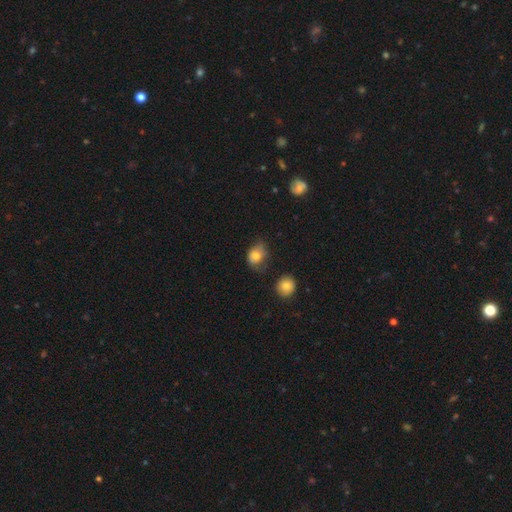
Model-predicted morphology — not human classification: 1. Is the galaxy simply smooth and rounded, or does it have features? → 77% smooth, 13% featured or disk, 10% star or artifact.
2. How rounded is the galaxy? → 60% in between, 39% round, 1% cigar-shaped.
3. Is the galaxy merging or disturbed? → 45% none, 37% minor disturbance, 15% major disturbance, 4% merger.